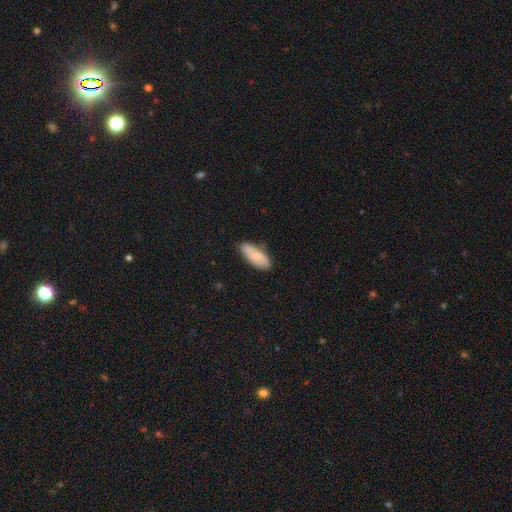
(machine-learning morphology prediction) Smooth or featured: smooth — 74% (featured or disk — 20%)
How rounded: in between — 80% (cigar-shaped — 18%)
Merging: none — 75% (minor disturbance — 20%)